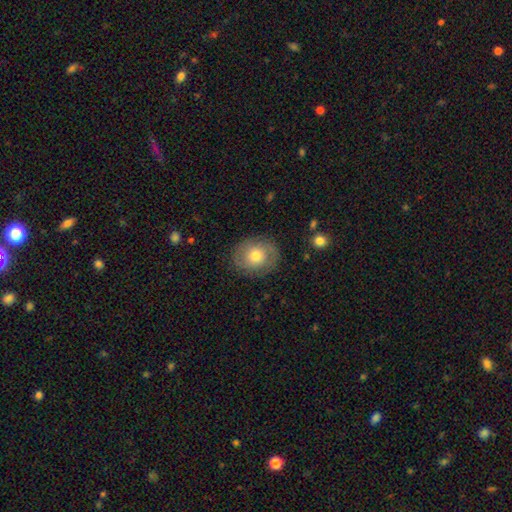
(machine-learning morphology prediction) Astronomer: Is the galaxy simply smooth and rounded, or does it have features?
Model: smooth — 50% (runner-up: featured or disk, 41%).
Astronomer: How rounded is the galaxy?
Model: round — 70%.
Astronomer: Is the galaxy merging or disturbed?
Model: none — 82%.